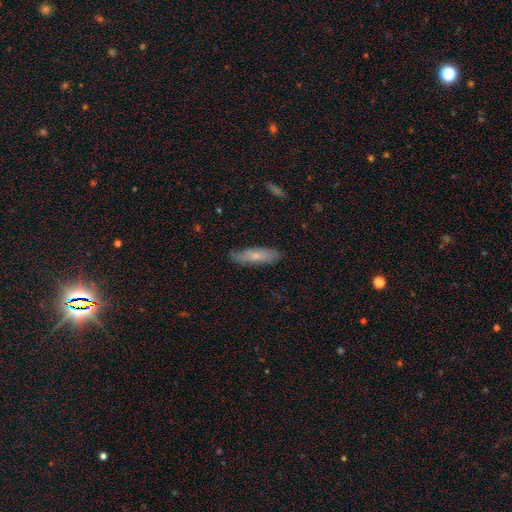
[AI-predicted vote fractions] A smooth galaxy with no disk features (64%) that is cigar-shaped (62%).

Vote fractions:
- Smooth or featured? smooth: 64% / featured or disk: 30% / star or artifact: 6%
- How rounded? cigar-shaped: 62% / in between: 36% / round: 2%
- Merging? none: 78% / minor disturbance: 18% / major disturbance: 3% / merger: 1%